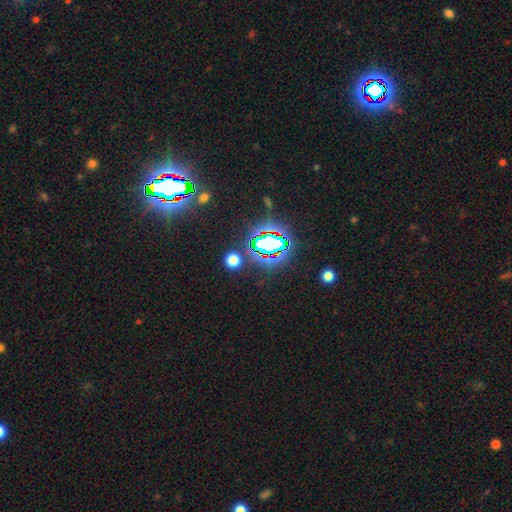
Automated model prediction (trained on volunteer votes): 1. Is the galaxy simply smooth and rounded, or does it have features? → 83% star or artifact, 10% smooth, 7% featured or disk.